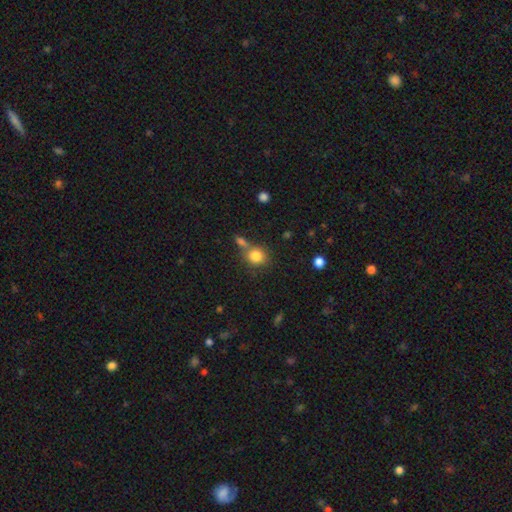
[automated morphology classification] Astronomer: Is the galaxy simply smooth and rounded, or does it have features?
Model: smooth — 82%.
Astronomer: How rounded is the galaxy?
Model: round — 79%.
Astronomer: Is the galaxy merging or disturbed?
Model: none — 58%.